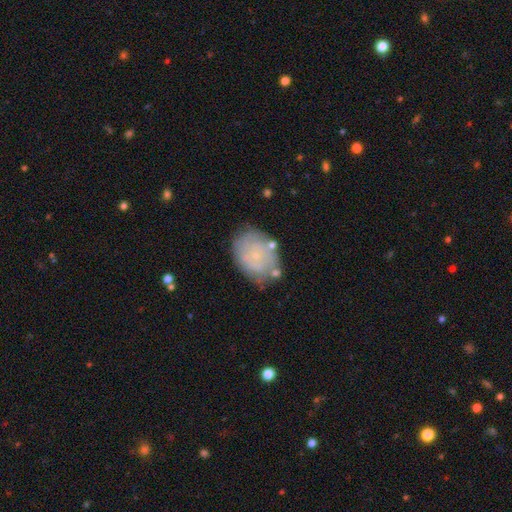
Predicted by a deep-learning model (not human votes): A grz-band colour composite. It shows a featured or disk galaxy (56%) with no bar (86%), spiral arms (63%) and a small central bulge (86%). Merging: none (68%).